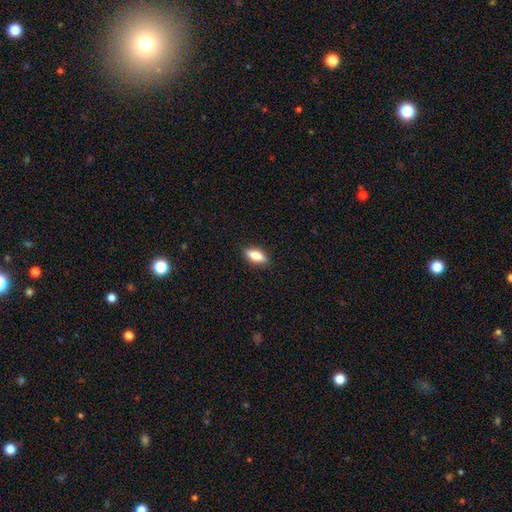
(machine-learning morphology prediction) Smooth or featured?
  - smooth: 75% *
  - featured or disk: 18%
  - star or artifact: 7%
How rounded?
  - in between: 77% *
  - cigar-shaped: 20%
  - round: 4%
Merging?
  - none: 88% *
  - minor disturbance: 9%
  - major disturbance: 2%
  - merger: 1%